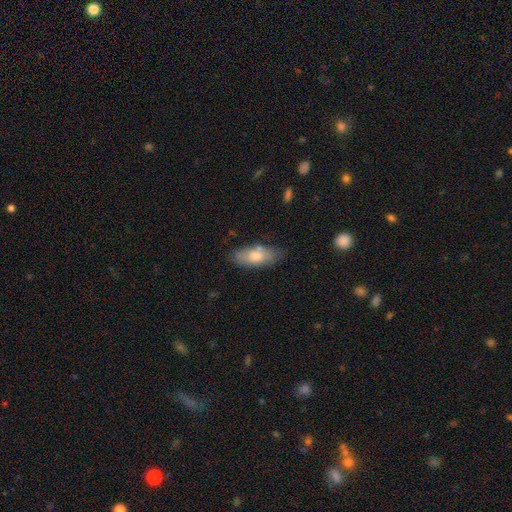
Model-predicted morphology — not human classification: This appears to be a smooth galaxy with no disk features (72%) that is in between round and cigar-shaped (82%). Merging: none (74%).